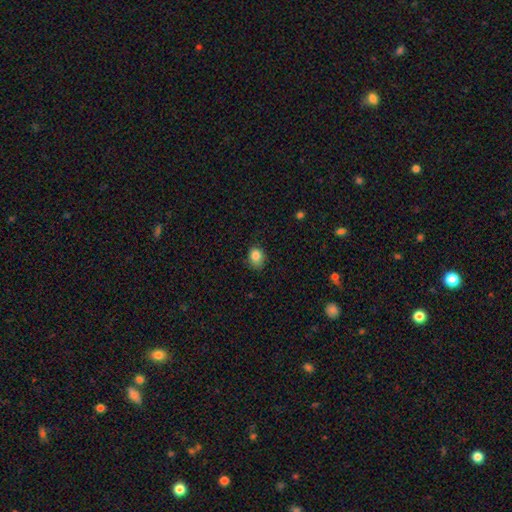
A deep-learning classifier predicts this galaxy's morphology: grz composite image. It shows a smooth galaxy with no disk features (85%) that is round (57%). Merging: none (73%).